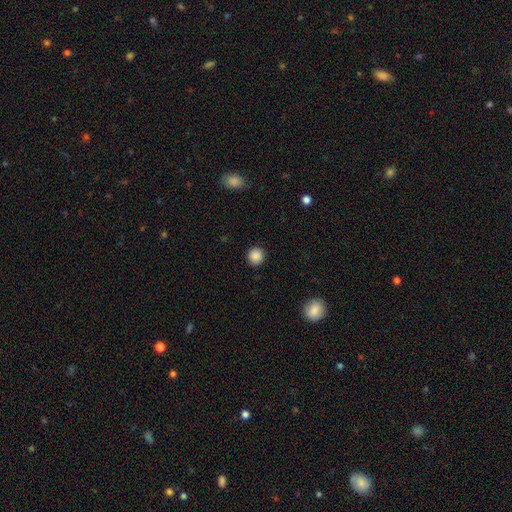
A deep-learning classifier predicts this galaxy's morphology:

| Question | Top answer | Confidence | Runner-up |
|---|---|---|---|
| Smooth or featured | smooth | 88% | star or artifact (9%) |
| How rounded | round | 92% | in between (7%) |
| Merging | none | 89% | minor disturbance (7%) |